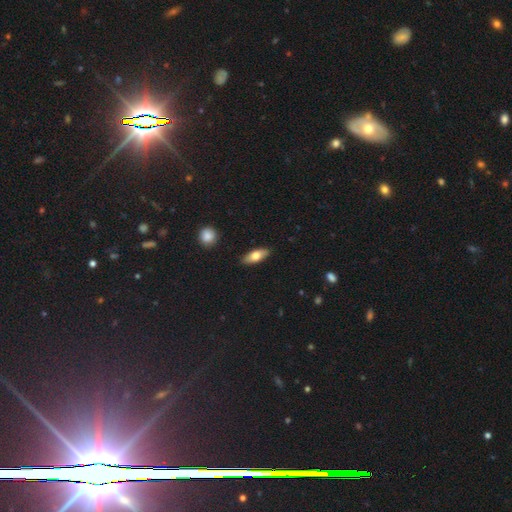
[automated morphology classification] Overall: smooth (72%). How rounded: in between (77%). Merging: none (88%).